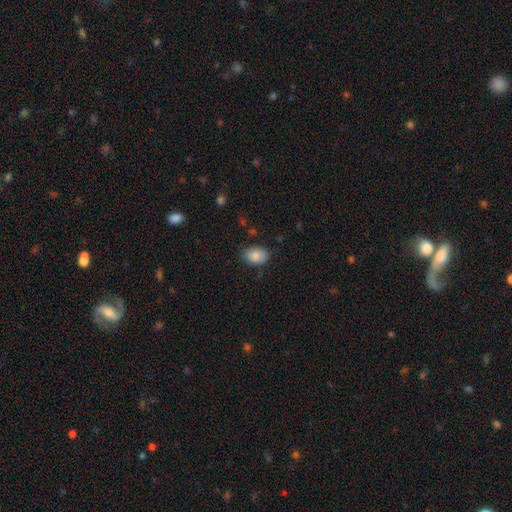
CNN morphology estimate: smooth_or_featured: smooth (p=0.85) [alt: star or artifact p=0.07]
how_rounded: in between (p=0.82) [alt: round p=0.17]
merging: none (p=0.80) [alt: minor disturbance p=0.15]